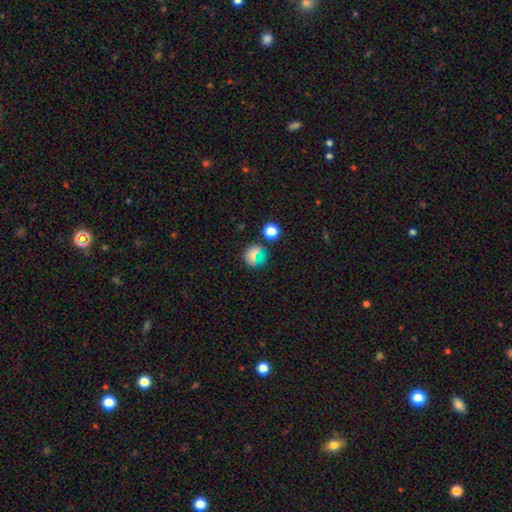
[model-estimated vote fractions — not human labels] A smooth galaxy with no disk features (68%) that is round (90%). Merging: none (81%).